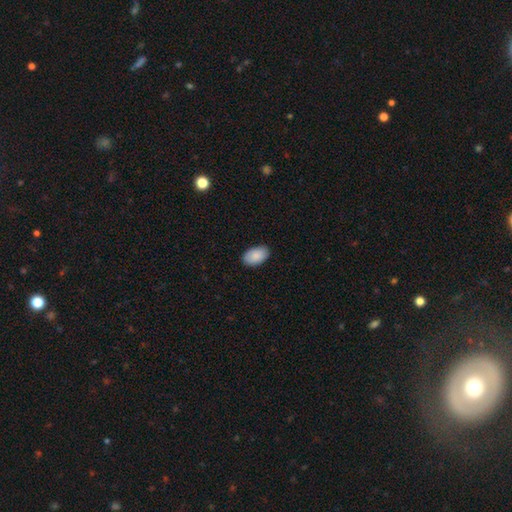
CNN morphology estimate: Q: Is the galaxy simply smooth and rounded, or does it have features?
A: smooth — 90%.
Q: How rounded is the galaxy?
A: in between — 94%.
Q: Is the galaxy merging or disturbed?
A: none — 87%.